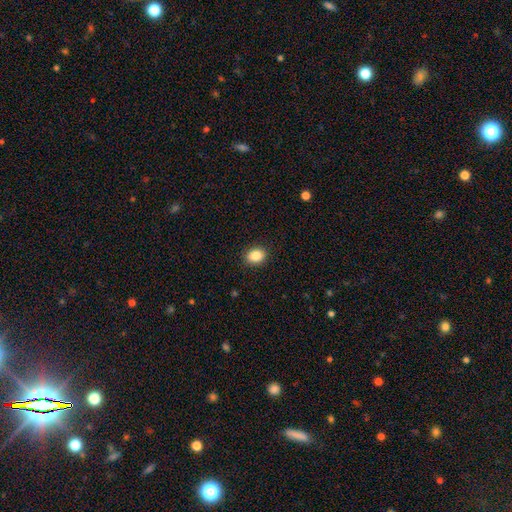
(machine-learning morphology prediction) This appears to be a smooth galaxy with no disk features (86%) that is in between round and cigar-shaped (61%). Merging: none (90%).